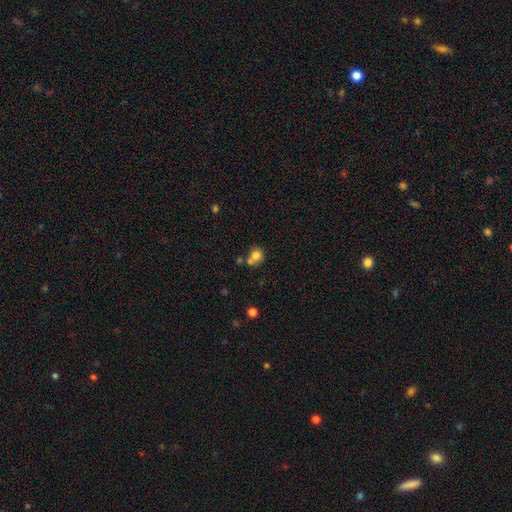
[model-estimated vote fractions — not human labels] smooth 77%, featured or disk 11%, star or artifact 11%. Down the decision tree: how rounded — round (77%); merging — none (46%).